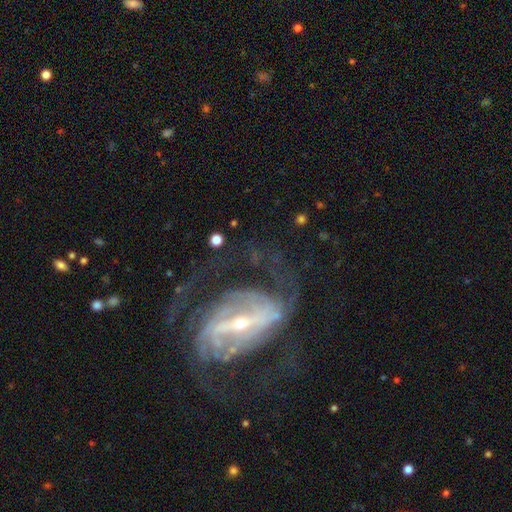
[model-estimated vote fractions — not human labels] This appears to be a featured or disk galaxy (88%) with a strong bar (69%), 2 (63%) medium (46%) spiral arms (90%) and a small central bulge (69%). Merging: none (56%).